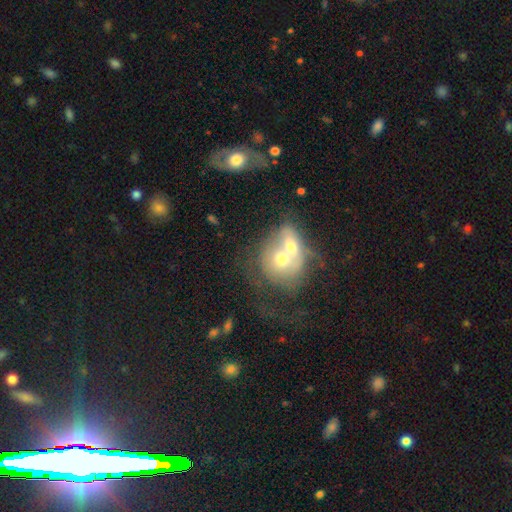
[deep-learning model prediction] This is marginally a featured or disk galaxy (44%). Merging: likely merger (66%).